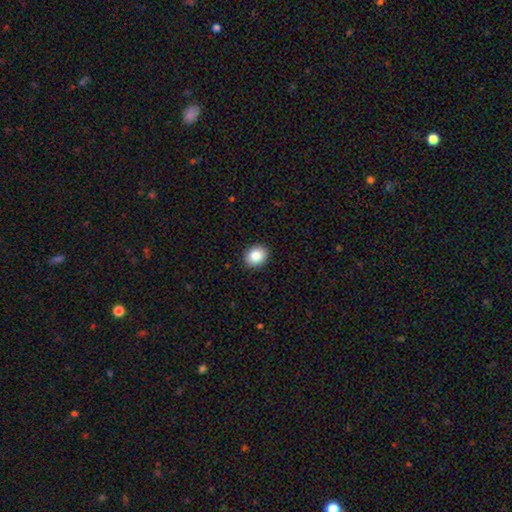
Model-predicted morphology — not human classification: Overall: smooth (87%). How rounded: round (56%; in between 43%). Merging: none (91%).